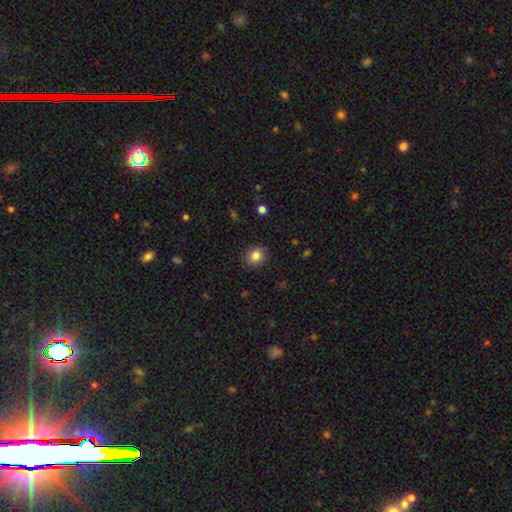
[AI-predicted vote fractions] Morphology: type=smooth (84%); roundness=round (79%); merging=none (89%).